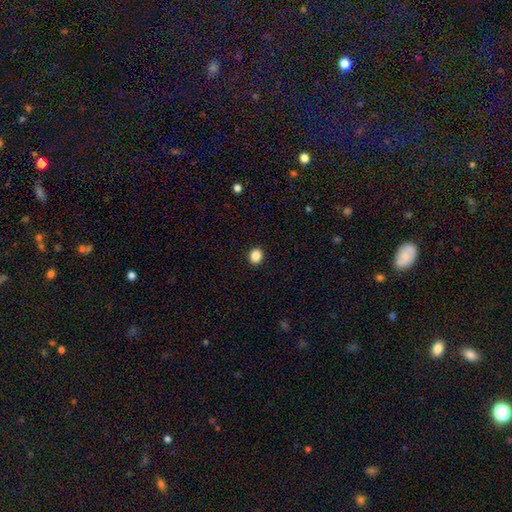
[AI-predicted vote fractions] A smooth galaxy with no disk features (87%) that is round (72%).

Vote fractions:
- Smooth or featured? smooth: 87% / star or artifact: 10% / featured or disk: 3%
- How rounded? round: 72% / in between: 28% / cigar-shaped: 1%
- Merging? none: 92% / minor disturbance: 5% / major disturbance: 2% / merger: 1%